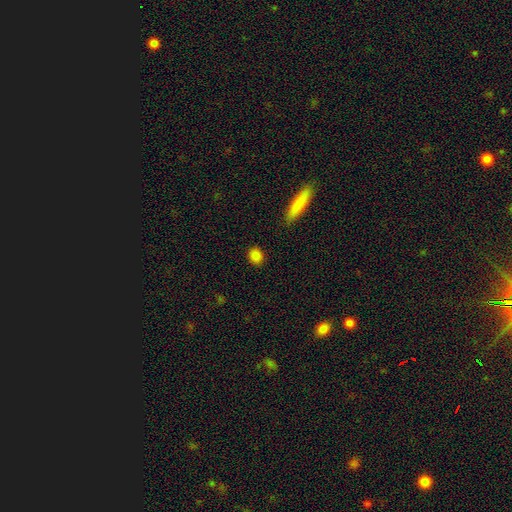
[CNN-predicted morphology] smooth-or-featured: smooth: 85% | star or artifact: 10% | featured or disk: 4%
  how-rounded: round: 58% | in between: 40% | cigar-shaped: 3%
  merging: none: 89% | minor disturbance: 8% | major disturbance: 2% | merger: 1%